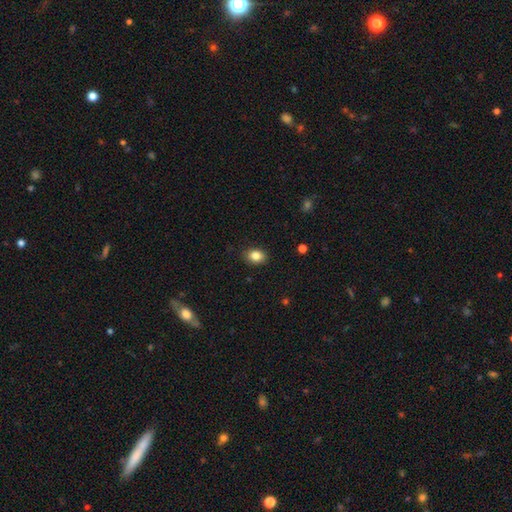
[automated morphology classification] Smooth or featured?
  - smooth: 84% *
  - star or artifact: 9%
  - featured or disk: 7%
How rounded?
  - in between: 69% *
  - round: 29%
  - cigar-shaped: 1%
Merging?
  - none: 87% *
  - minor disturbance: 10%
  - major disturbance: 2%
  - merger: 1%